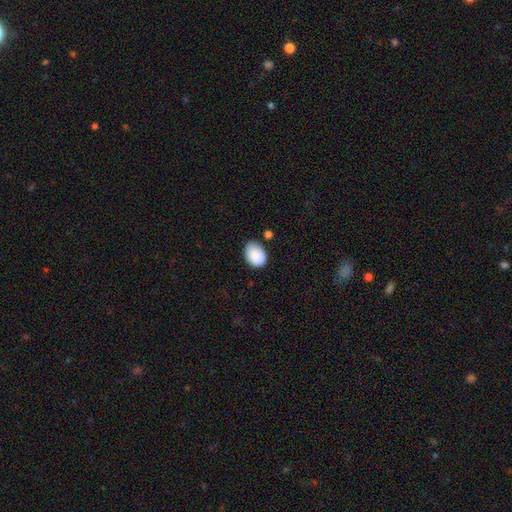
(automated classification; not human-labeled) Smooth or featured: smooth — 87% (star or artifact — 7%)
How rounded: in between — 73% (round — 26%)
Merging: none — 74% (minor disturbance — 19%)